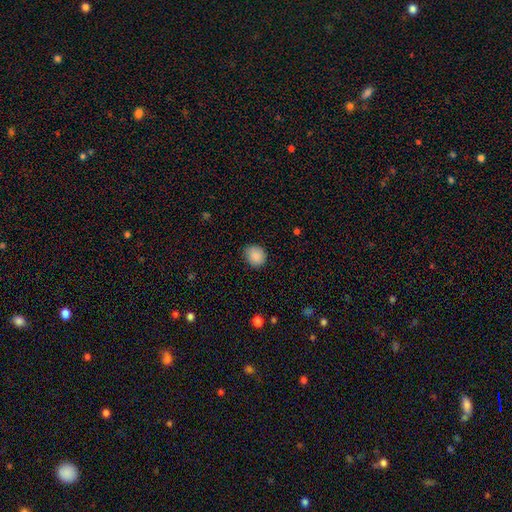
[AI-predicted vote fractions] This is clearly a smooth galaxy (88%). How rounded: likely round (79%). Merging: clearly none (84%).